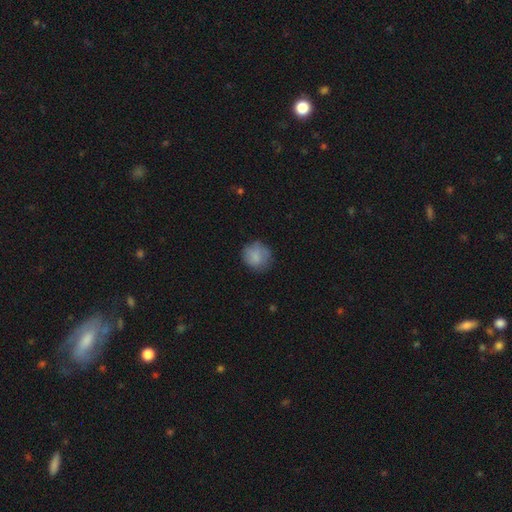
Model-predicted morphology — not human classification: Q: Smooth or featured?
A: smooth (83%); runner-up: featured or disk (9%)
Q: How rounded?
A: round (87%); runner-up: in between (12%)
Q: Merging?
A: none (76%); runner-up: minor disturbance (18%)